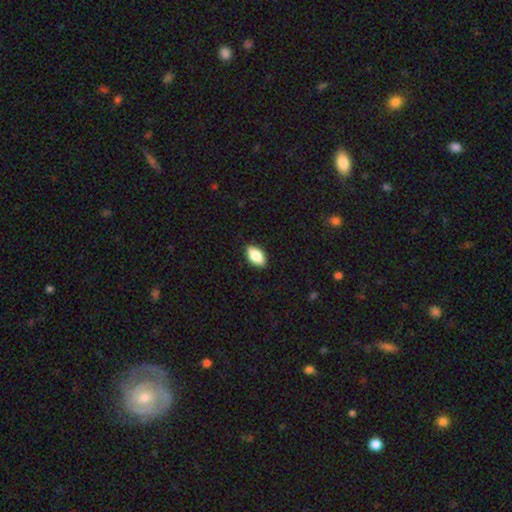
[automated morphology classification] Smooth or featured: smooth — 83% (featured or disk — 10%)
How rounded: in between — 92% (cigar-shaped — 4%)
Merging: none — 88% (minor disturbance — 9%)